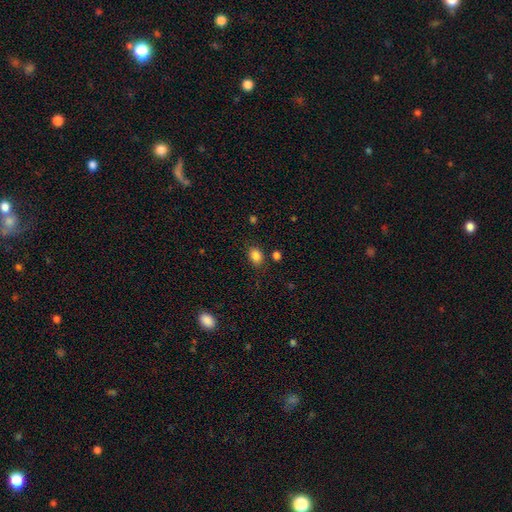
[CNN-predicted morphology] Smooth or featured? smooth (85%)
How rounded? in between (61%)
Merging? none (80%)